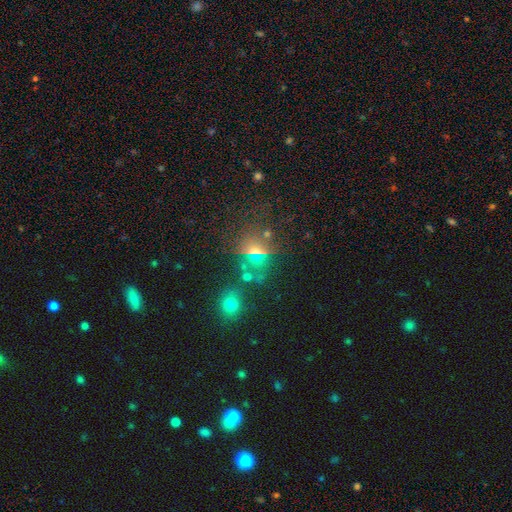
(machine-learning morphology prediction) Smooth or featured: smooth — 44% (star or artifact — 37%)
Merging: none — 60% (merger — 18%)